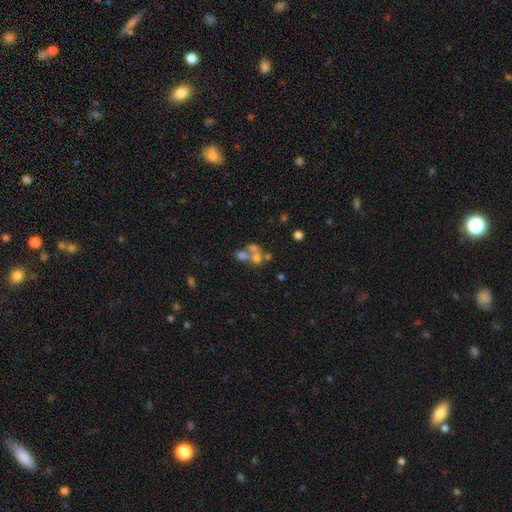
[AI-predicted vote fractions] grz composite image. It shows a smooth galaxy with no disk features (50%) that is round (62%). Merging: merger (58%).